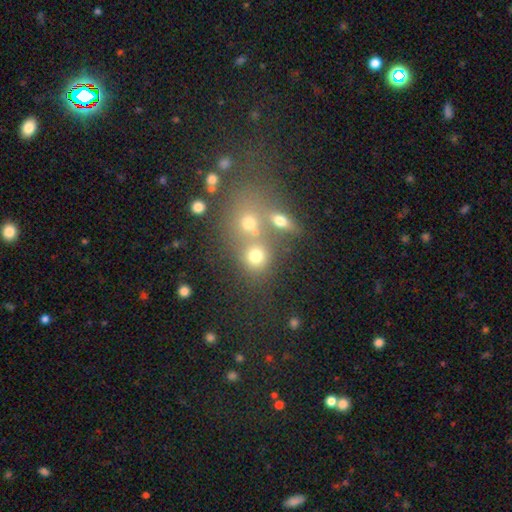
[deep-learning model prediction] Morphology: type=smooth (55%); roundness=round (70%); merging=merger (45%).